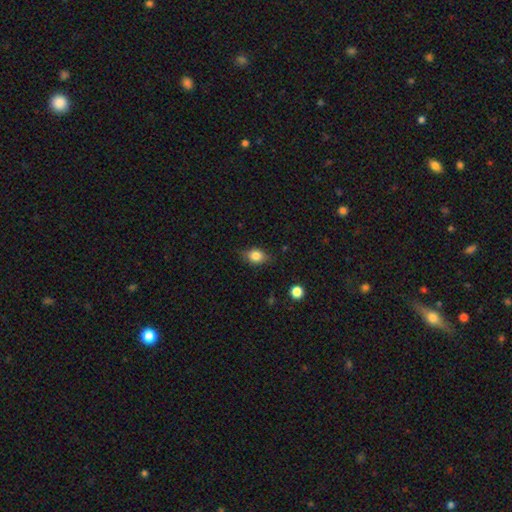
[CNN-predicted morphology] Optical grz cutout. It shows a smooth galaxy with no disk features (81%) that is in between round and cigar-shaped (64%). Merging: none (77%).